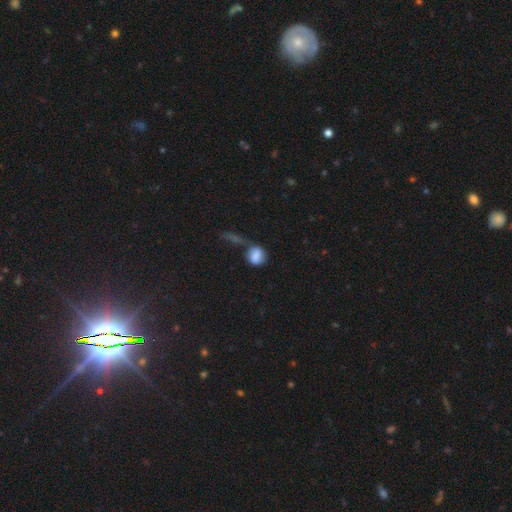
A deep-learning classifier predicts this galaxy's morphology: This appears to be a smooth galaxy with no disk features (75%) that is round (67%). Merging: none (37%).